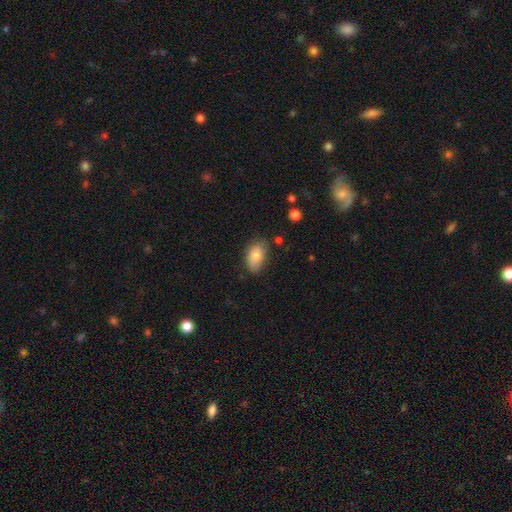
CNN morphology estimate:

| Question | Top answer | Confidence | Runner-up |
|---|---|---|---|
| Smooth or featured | smooth | 82% | featured or disk (11%) |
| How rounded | in between | 92% | round (6%) |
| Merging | none | 70% | minor disturbance (23%) |